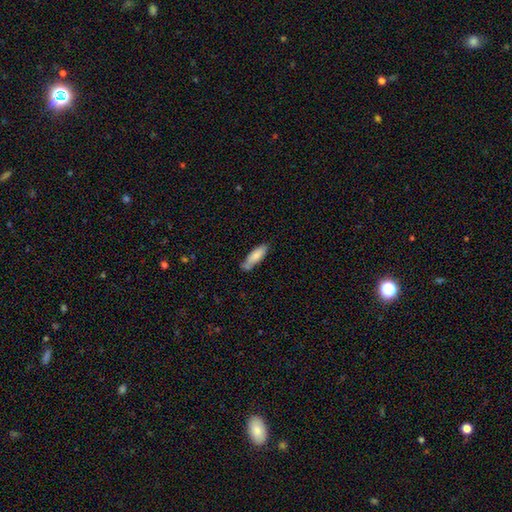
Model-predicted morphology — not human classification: type=smooth (81%); roundness=in between (52%); merging=none (66%).